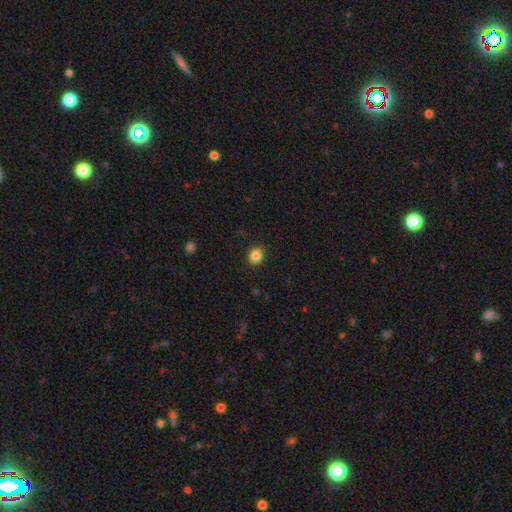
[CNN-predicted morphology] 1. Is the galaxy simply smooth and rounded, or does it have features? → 85% smooth, 11% star or artifact, 4% featured or disk.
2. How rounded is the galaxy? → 72% round, 27% in between, 1% cigar-shaped.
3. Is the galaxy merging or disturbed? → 91% none, 6% minor disturbance, 2% major disturbance, 1% merger.